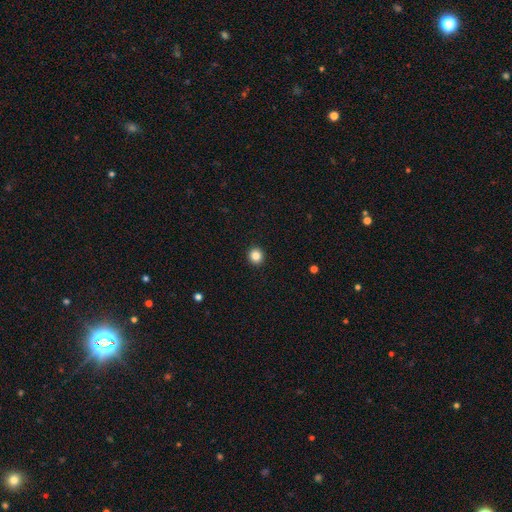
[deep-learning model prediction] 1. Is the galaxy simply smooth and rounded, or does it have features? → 85% smooth, 11% star or artifact, 4% featured or disk.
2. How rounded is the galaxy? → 92% round, 7% in between, 1% cigar-shaped.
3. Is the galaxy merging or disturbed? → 93% none, 4% minor disturbance, 2% major disturbance, 1% merger.